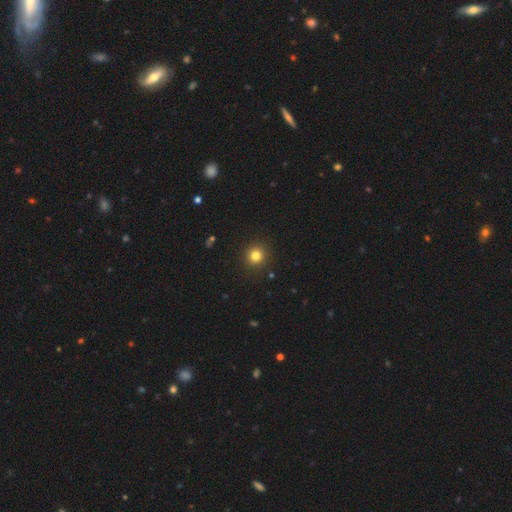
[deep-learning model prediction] Morphology: type=smooth (81%); roundness=round (94%); merging=none (92%).